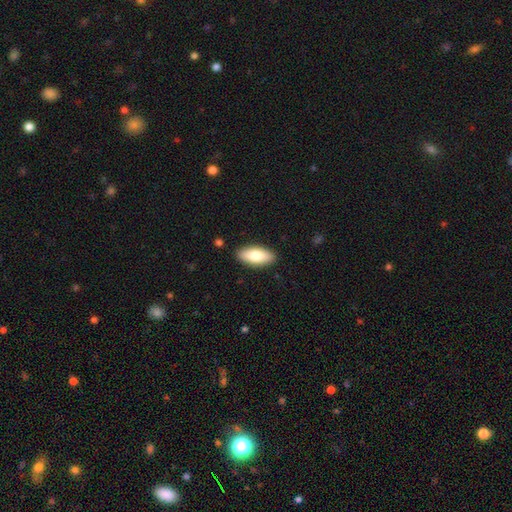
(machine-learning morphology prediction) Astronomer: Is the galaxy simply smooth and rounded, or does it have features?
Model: smooth — 78%.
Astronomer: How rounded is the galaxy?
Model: in between — 83%.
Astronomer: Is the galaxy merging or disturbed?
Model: none — 89%.